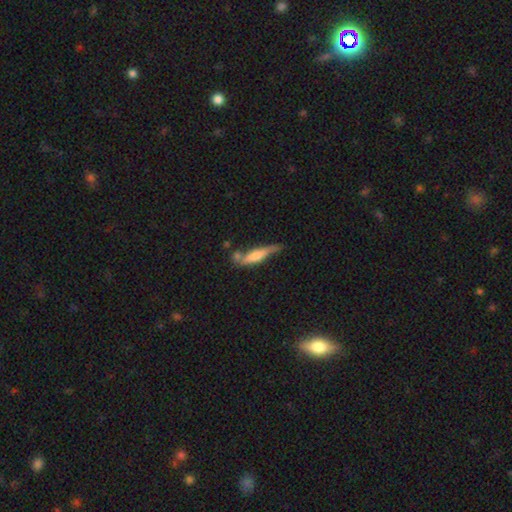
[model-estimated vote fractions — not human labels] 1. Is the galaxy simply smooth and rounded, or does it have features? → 53% smooth, 40% featured or disk, 6% star or artifact.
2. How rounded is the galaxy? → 82% cigar-shaped, 16% in between, 2% round.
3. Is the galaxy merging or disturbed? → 48% none, 28% minor disturbance, 15% merger, 9% major disturbance.